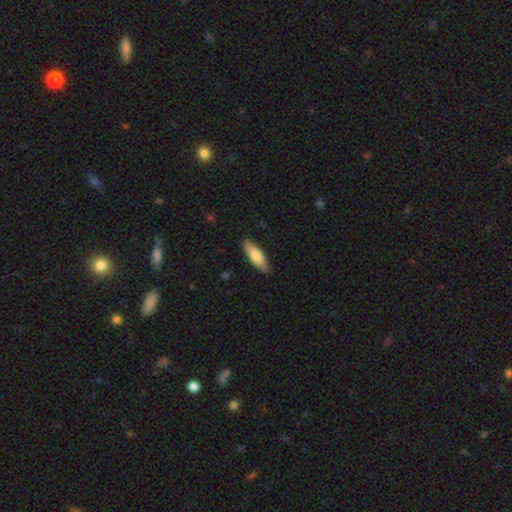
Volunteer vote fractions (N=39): smooth_or_featured: smooth (p=0.67) [alt: featured or disk p=0.23]
how_rounded: in between (p=0.65) [alt: cigar-shaped p=0.35]
merging: none (p=0.89) [alt: minor disturbance p=0.06]